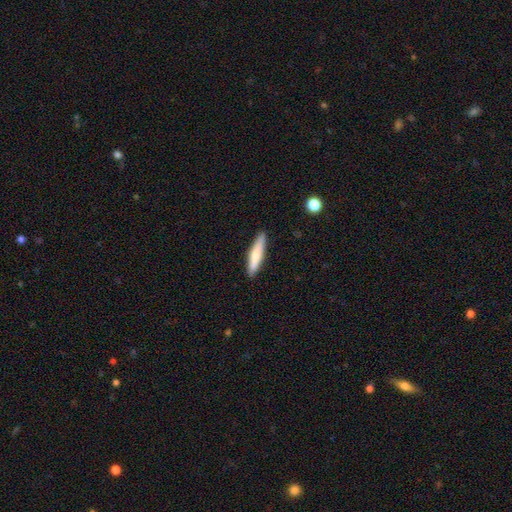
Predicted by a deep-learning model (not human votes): Overall: smooth (74%). How rounded: cigar-shaped (86%). Merging: none (88%).